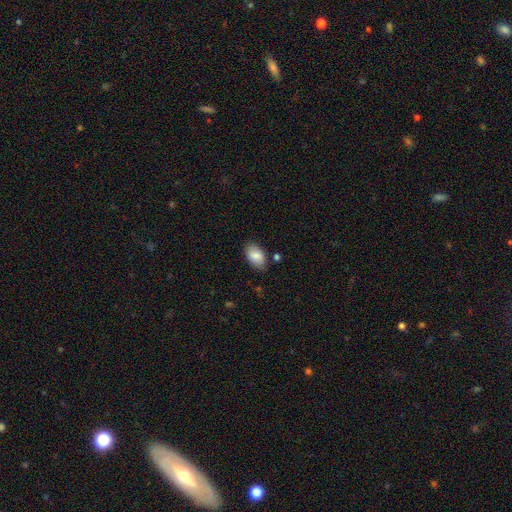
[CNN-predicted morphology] Smooth or featured?
  - smooth: 83% *
  - featured or disk: 10%
  - star or artifact: 7%
How rounded?
  - in between: 92% *
  - round: 6%
  - cigar-shaped: 1%
Merging?
  - none: 81% *
  - minor disturbance: 14%
  - major disturbance: 3%
  - merger: 3%